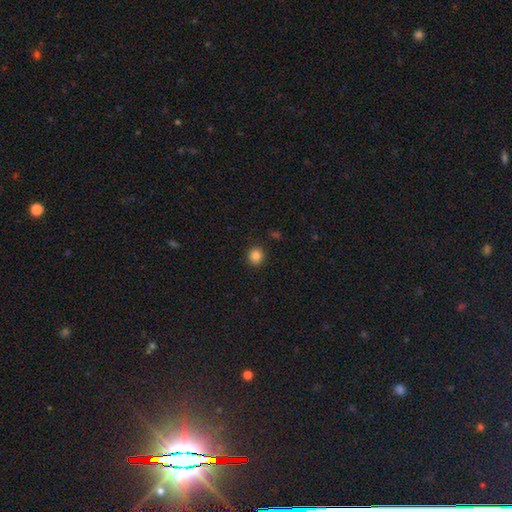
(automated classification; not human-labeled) This is clearly a smooth galaxy (84%). How rounded: clearly round (89%). Merging: clearly none (91%).